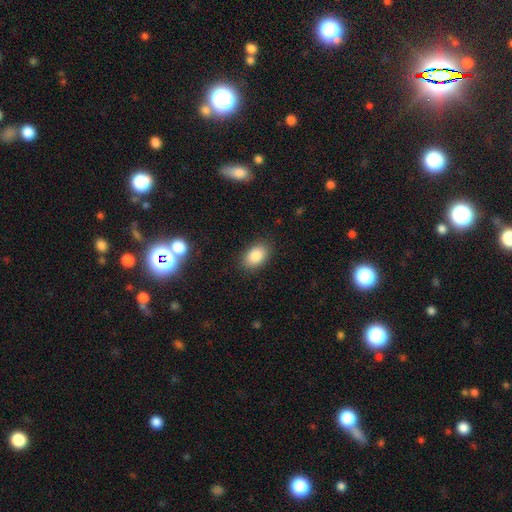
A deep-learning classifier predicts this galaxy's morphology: smooth 86%, star or artifact 8%, featured or disk 6%. Down the decision tree: how rounded — in between (89%); merging — none (87%).